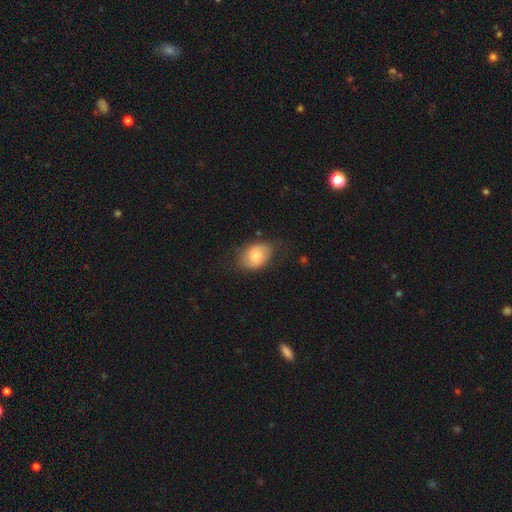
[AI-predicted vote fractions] Smooth or featured: smooth — 71% (featured or disk — 22%)
How rounded: in between — 75% (round — 24%)
Merging: none — 69% (minor disturbance — 22%)